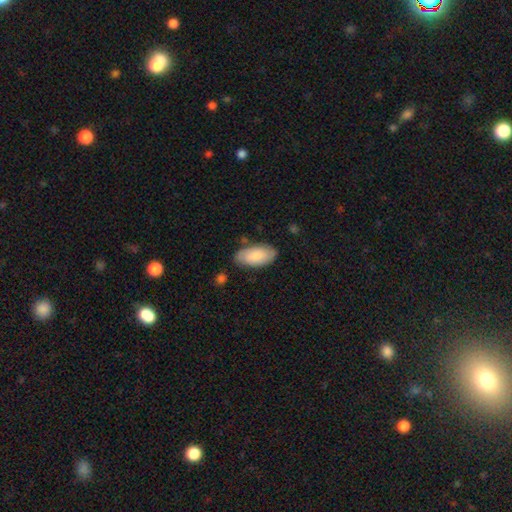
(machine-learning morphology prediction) Q: Smooth or featured?
A: smooth (77%); runner-up: featured or disk (17%)
Q: How rounded?
A: in between (94%); runner-up: cigar-shaped (4%)
Q: Merging?
A: none (77%); runner-up: minor disturbance (17%)